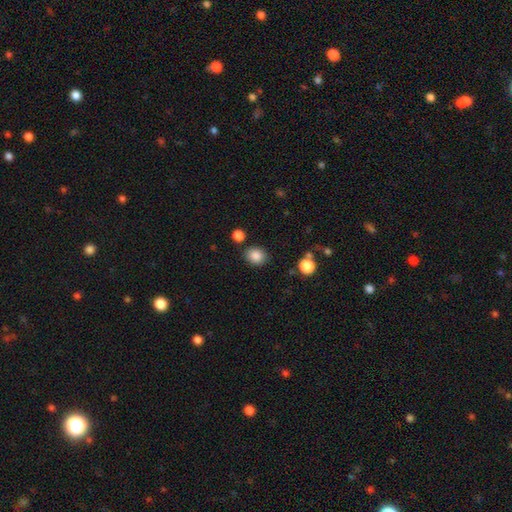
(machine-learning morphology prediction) smooth_or_featured: smooth (p=0.86) [alt: star or artifact p=0.10]
how_rounded: round (p=0.62) [alt: in between p=0.37]
merging: none (p=0.83) [alt: minor disturbance p=0.10]